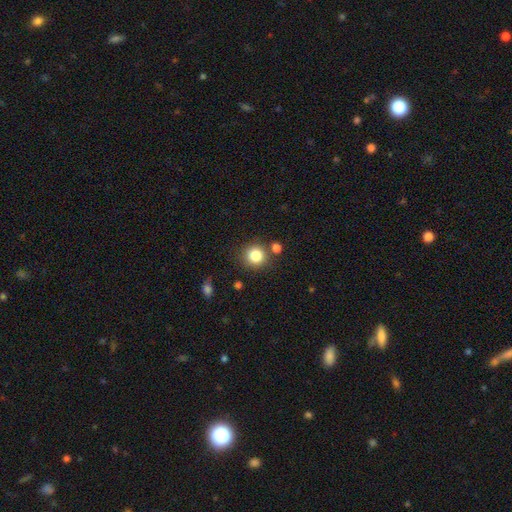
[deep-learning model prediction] Q: Smooth or featured?
A: smooth (84%); runner-up: star or artifact (10%)
Q: How rounded?
A: round (91%); runner-up: in between (8%)
Q: Merging?
A: none (78%); runner-up: minor disturbance (10%)